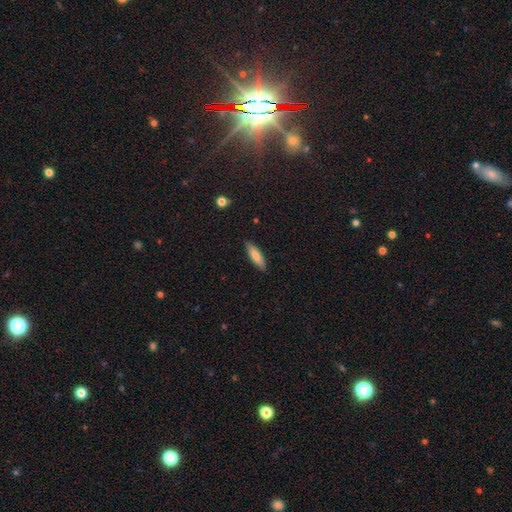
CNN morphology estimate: A smooth galaxy with no disk features (79%) that is cigar-shaped (62%).

Vote fractions:
- Smooth or featured? smooth: 79% / featured or disk: 15% / star or artifact: 6%
- How rounded? cigar-shaped: 62% / in between: 36% / round: 2%
- Merging? none: 88% / minor disturbance: 9% / major disturbance: 2% / merger: 1%